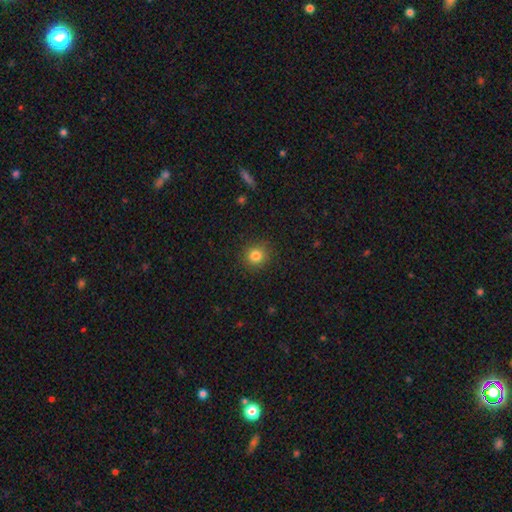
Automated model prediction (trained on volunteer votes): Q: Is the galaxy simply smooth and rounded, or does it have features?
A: smooth — 83%.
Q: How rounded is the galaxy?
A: round — 91%.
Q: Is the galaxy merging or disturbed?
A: none — 90%.